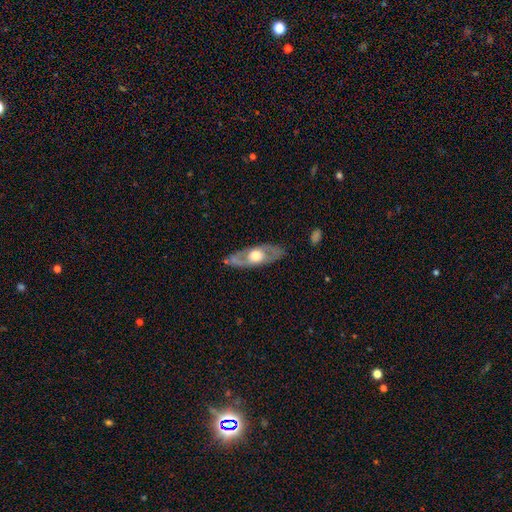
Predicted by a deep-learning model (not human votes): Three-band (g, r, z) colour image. It shows a featured or disk galaxy (64%). Merging: none (81%).